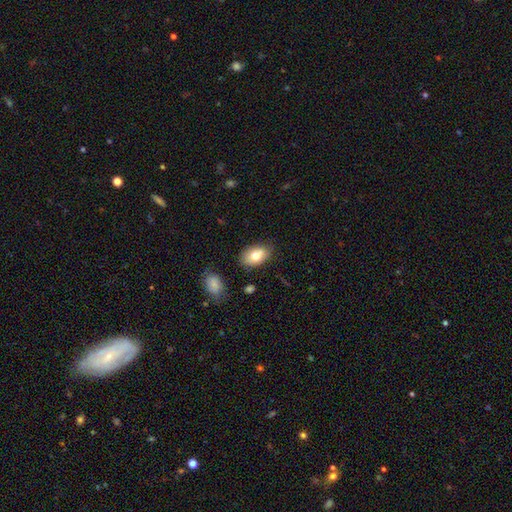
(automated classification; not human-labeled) The model was most divided on "smooth or featured": smooth: 75%, featured or disk: 17%, star or artifact: 8%. More confident: how rounded — in between (87%); merging — none (77%).